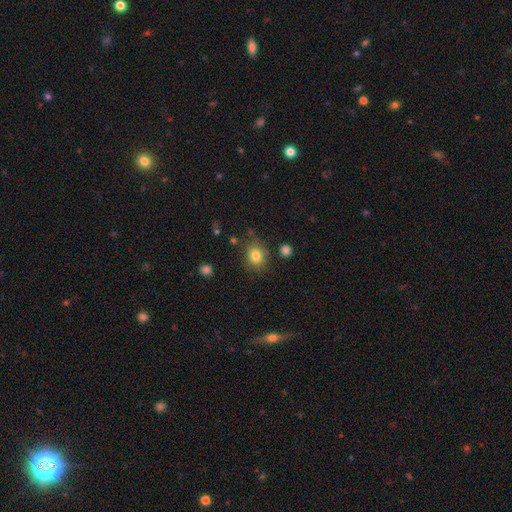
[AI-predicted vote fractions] Overall: smooth (82%). How rounded: round (59%; in between 40%). Merging: none (77%).